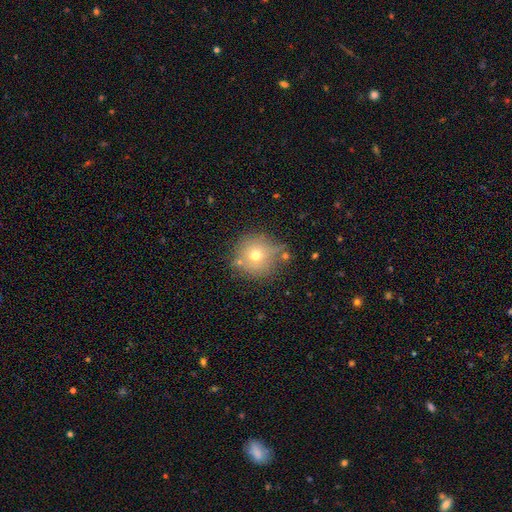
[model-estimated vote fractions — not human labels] A smooth galaxy with no disk features (67%) that is round (94%). Merging: none (75%).